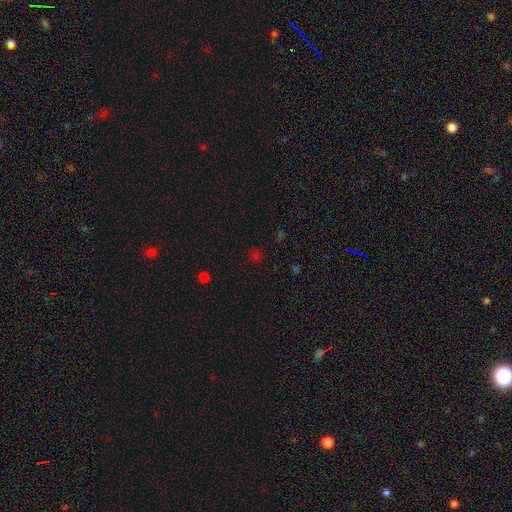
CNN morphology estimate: type=smooth (47%, tied with star or artifact); merging=none (80%).